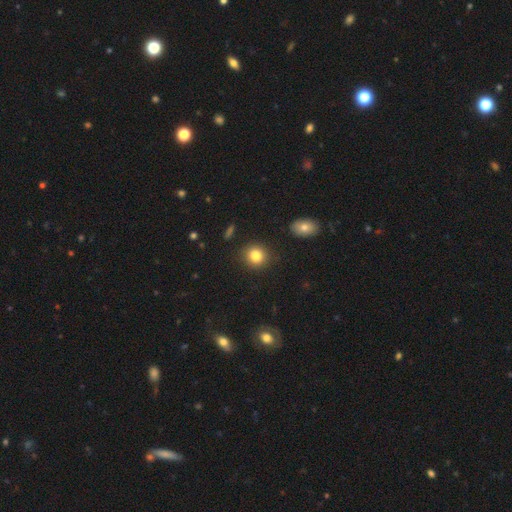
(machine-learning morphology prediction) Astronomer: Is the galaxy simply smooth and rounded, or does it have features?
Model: smooth — 84%.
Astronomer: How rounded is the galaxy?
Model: round — 82%.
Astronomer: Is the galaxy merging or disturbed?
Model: none — 87%.